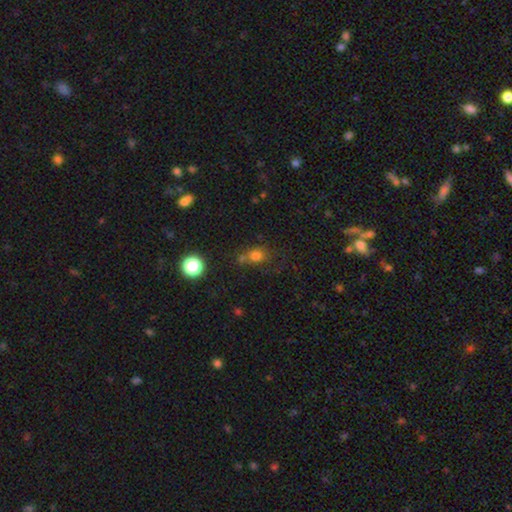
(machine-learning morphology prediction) The model was most divided on "how rounded": round: 58%, in between: 41%, cigar-shaped: 2%. More confident: smooth or featured — smooth (71%); merging — none (51%).